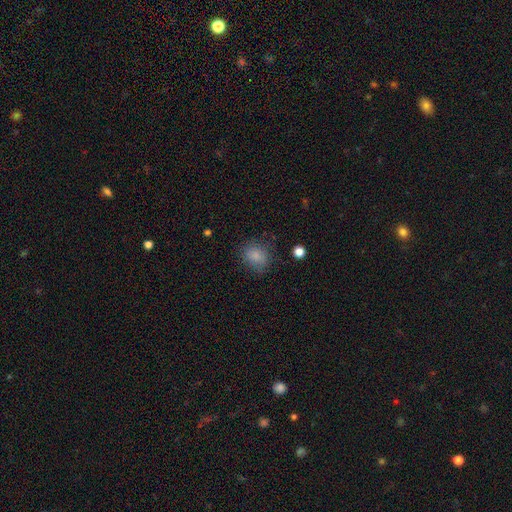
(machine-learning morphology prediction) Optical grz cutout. It shows a smooth galaxy with no disk features (83%) that is round (66%). Merging: none (75%).